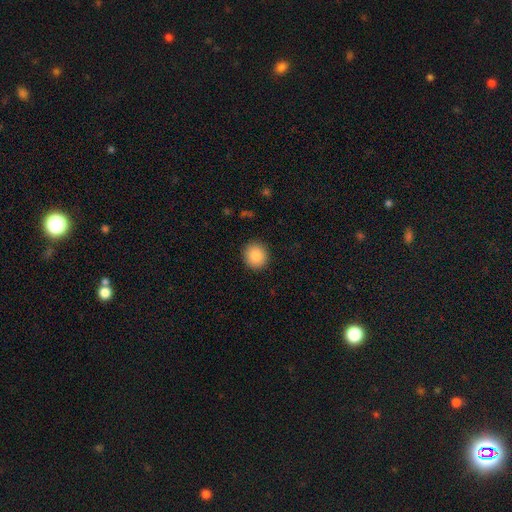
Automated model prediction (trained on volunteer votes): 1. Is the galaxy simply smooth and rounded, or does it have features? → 87% smooth, 8% star or artifact, 5% featured or disk.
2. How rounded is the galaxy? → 90% round, 9% in between, 1% cigar-shaped.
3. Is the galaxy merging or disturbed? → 91% none, 6% minor disturbance, 2% major disturbance, 1% merger.